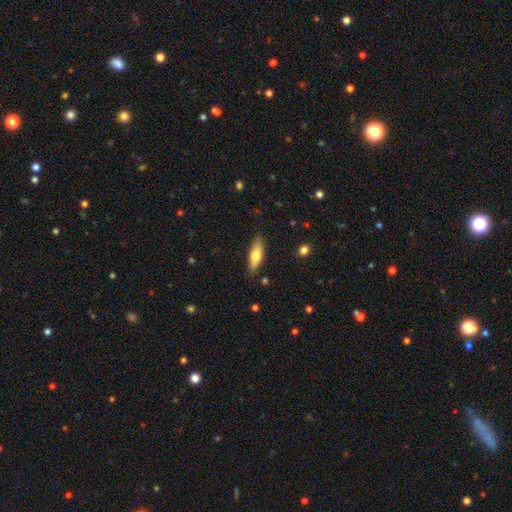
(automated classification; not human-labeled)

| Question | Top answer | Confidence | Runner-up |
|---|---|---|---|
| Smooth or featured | smooth | 70% | featured or disk (24%) |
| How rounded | in between | 54% | cigar-shaped (44%) |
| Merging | none | 84% | minor disturbance (12%) |